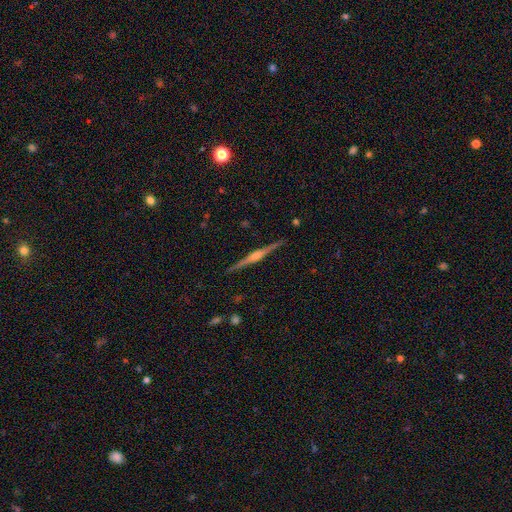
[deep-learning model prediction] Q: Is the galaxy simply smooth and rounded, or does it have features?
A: featured or disk — 84%.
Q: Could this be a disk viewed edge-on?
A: yes — 99%.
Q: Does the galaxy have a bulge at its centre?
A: rounded — 77%.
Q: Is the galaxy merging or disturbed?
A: none — 92%.